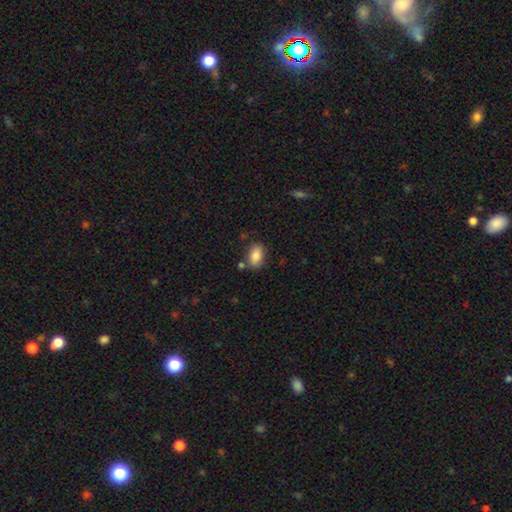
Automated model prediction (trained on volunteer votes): Smooth or featured? Predicted: smooth (p=0.84). How rounded? Predicted: in between (p=0.88). Merging? Predicted: none (p=0.75).